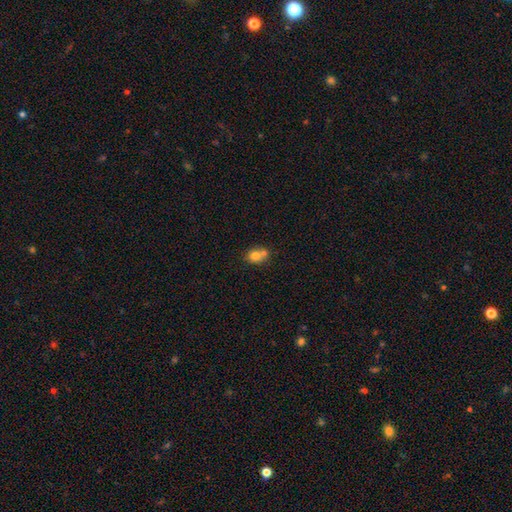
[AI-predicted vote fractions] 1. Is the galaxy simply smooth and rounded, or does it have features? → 75% smooth, 15% featured or disk, 10% star or artifact.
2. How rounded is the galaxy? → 61% round, 38% in between, 1% cigar-shaped.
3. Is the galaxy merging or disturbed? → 50% merger, 37% none, 10% minor disturbance, 3% major disturbance.